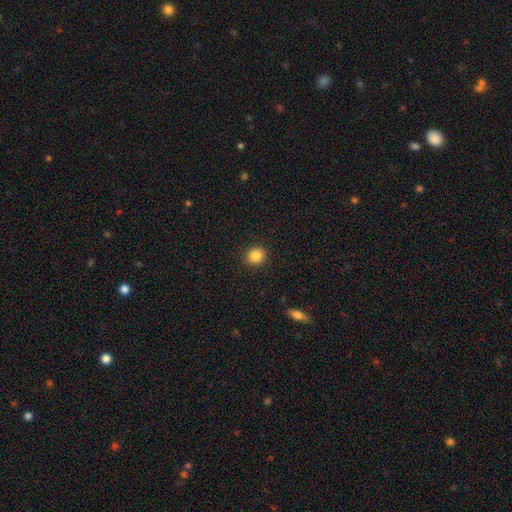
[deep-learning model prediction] smooth-or-featured: smooth: 85% | star or artifact: 10% | featured or disk: 4%
  how-rounded: round: 85% | in between: 15% | cigar-shaped: 1%
  merging: none: 91% | minor disturbance: 6% | major disturbance: 2% | merger: 1%